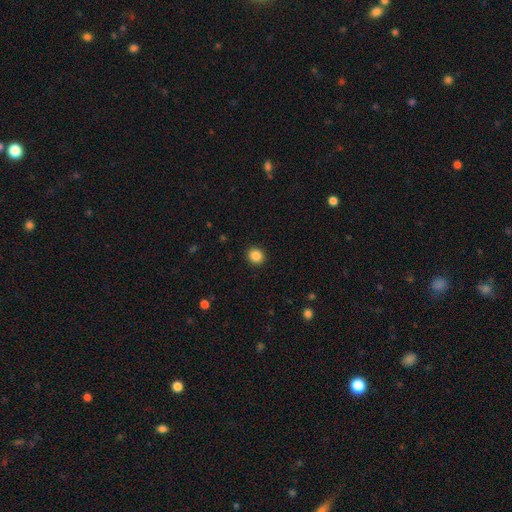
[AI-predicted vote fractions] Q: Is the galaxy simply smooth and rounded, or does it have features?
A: smooth — 86%.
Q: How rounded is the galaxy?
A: round — 85%.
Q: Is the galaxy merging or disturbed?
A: none — 92%.